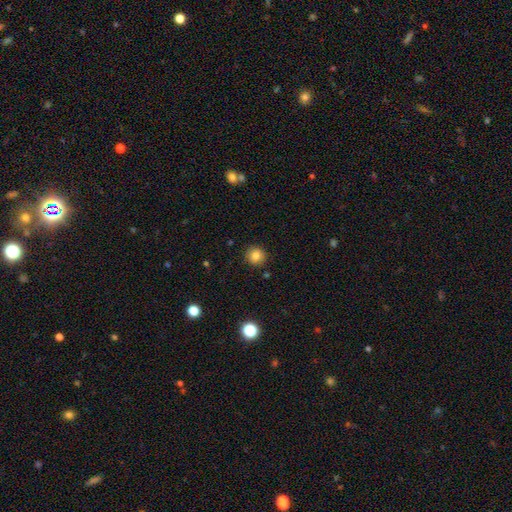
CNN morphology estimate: smooth-or-featured: smooth: 82% | star or artifact: 11% | featured or disk: 7%
  how-rounded: round: 94% | in between: 5% | cigar-shaped: 1%
  merging: none: 91% | minor disturbance: 6% | major disturbance: 2% | merger: 1%